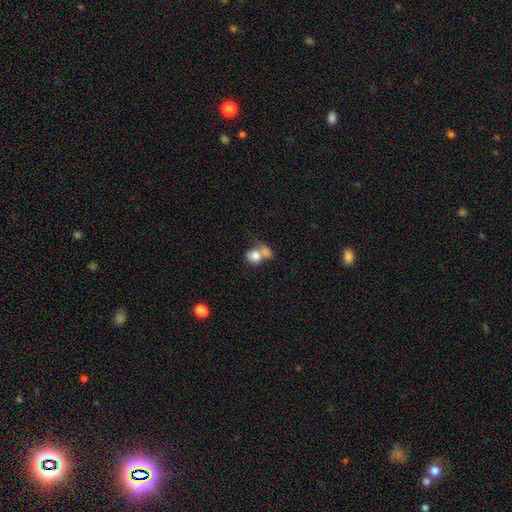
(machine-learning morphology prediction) smooth-or-featured: smooth: 75% | featured or disk: 18% | star or artifact: 8%
  how-rounded: round: 59% | in between: 40% | cigar-shaped: 1%
  merging: merger: 61% | none: 21% | major disturbance: 9% | minor disturbance: 9%